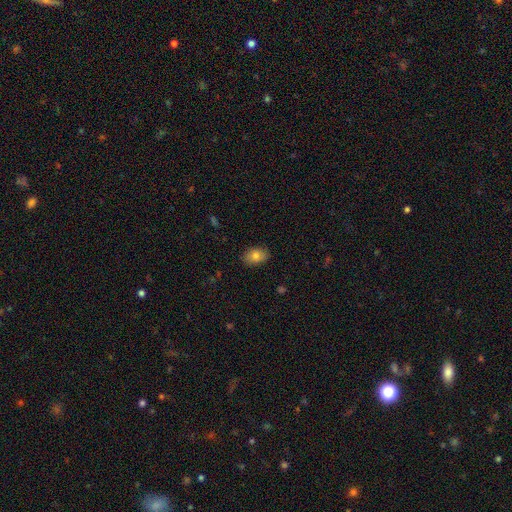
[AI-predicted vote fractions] Q: Smooth or featured?
A: smooth (81%); runner-up: featured or disk (11%)
Q: How rounded?
A: in between (85%); runner-up: round (14%)
Q: Merging?
A: none (86%); runner-up: minor disturbance (11%)